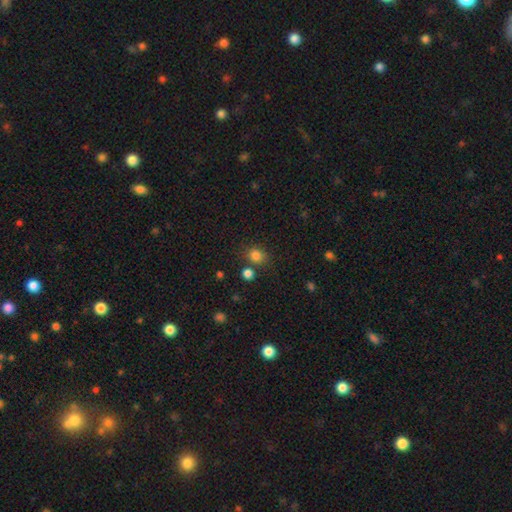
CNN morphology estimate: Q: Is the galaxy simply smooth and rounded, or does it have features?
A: smooth — 81%.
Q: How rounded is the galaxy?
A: round — 73%.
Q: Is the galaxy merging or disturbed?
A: none — 72%.